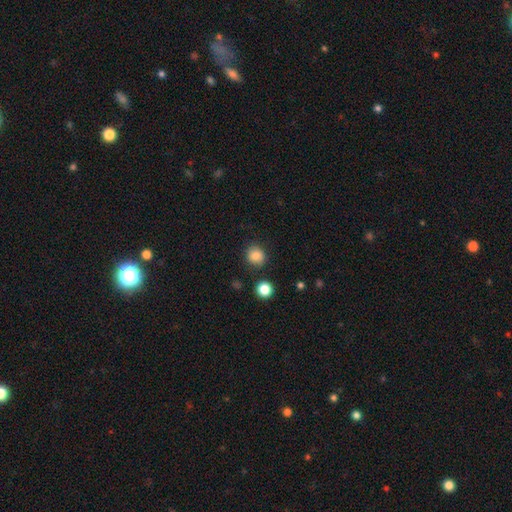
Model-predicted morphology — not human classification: smooth_or_featured: smooth (p=0.85) [alt: star or artifact p=0.11]
how_rounded: round (p=0.85) [alt: in between p=0.14]
merging: none (p=0.86) [alt: minor disturbance p=0.08]